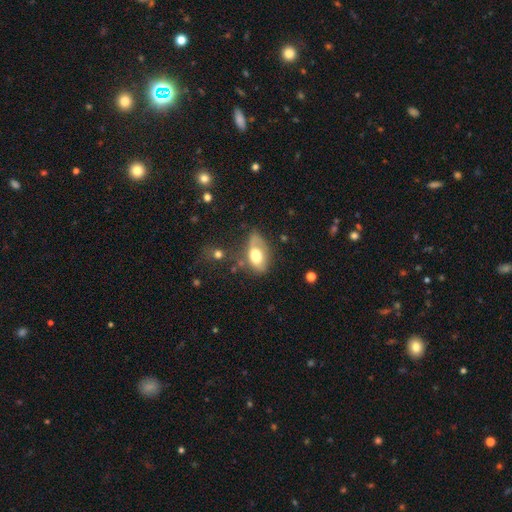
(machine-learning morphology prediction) Smooth or featured: smooth — 62% (featured or disk — 30%)
How rounded: in between — 90% (round — 7%)
Merging: none — 42% (minor disturbance — 30%)